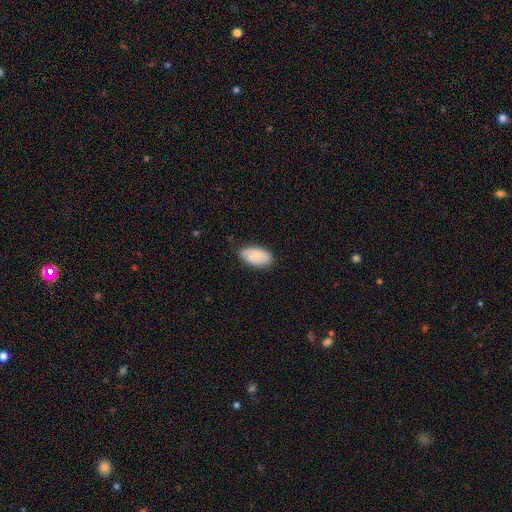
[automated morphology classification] This appears to be a smooth galaxy with no disk features (71%) that is in between round and cigar-shaped (94%). Merging: none (72%).